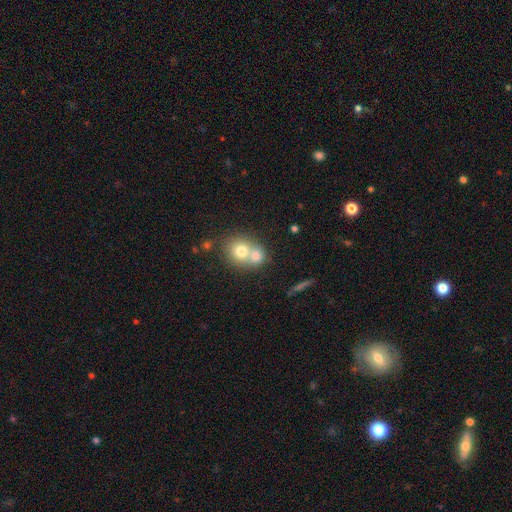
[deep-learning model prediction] This appears to be a smooth galaxy with no disk features (72%) that is round (75%). Merging: merger (67%).